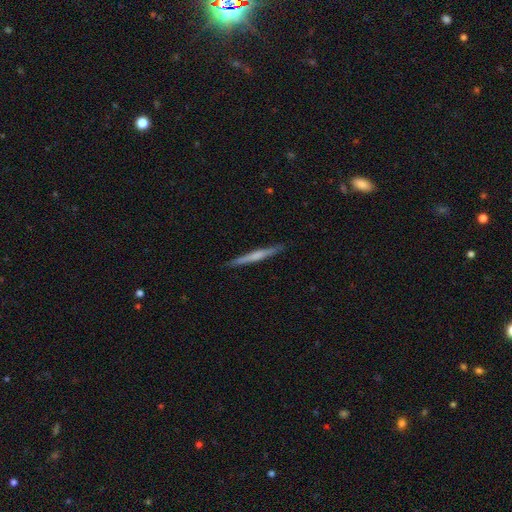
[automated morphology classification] Smooth or featured? featured or disk (53%)
Edge-on disk? yes (98%)
Edge-on bulge? none (56%)
Merging? none (91%)